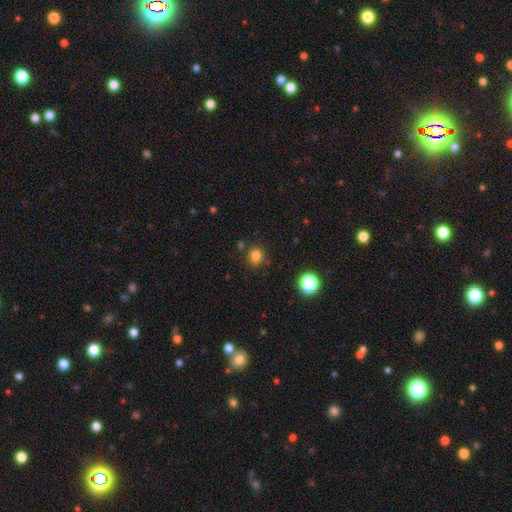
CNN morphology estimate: Overall: smooth (81%). How rounded: round (83%). Merging: none (82%).